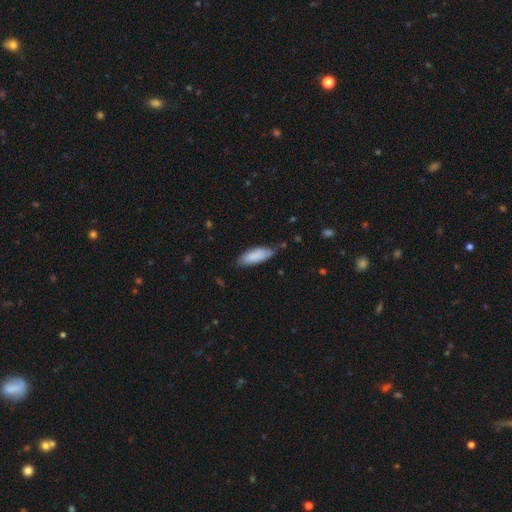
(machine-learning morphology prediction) Overall: smooth (86%). How rounded: in between (67%; cigar-shaped 31%). Merging: none (69%).